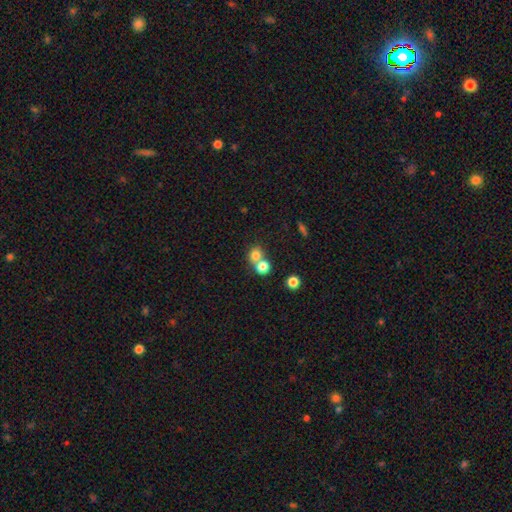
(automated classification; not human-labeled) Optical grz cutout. It shows a smooth galaxy with no disk features (77%) that is round (78%). Merging: merger (50%).